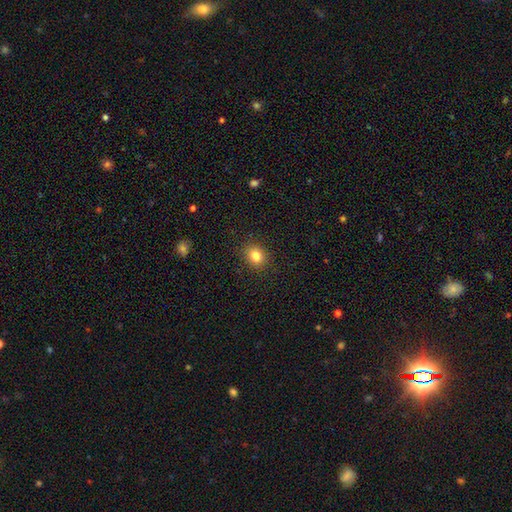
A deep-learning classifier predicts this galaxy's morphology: Smooth or featured: smooth — 83% (star or artifact — 11%)
How rounded: round — 69% (in between — 31%)
Merging: none — 89% (minor disturbance — 8%)